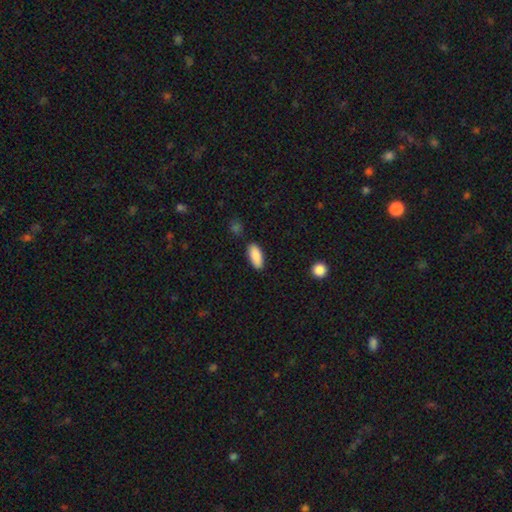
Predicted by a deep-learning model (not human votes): Smooth or featured: smooth — 89% (star or artifact — 7%)
How rounded: in between — 85% (cigar-shaped — 13%)
Merging: none — 84% (minor disturbance — 11%)